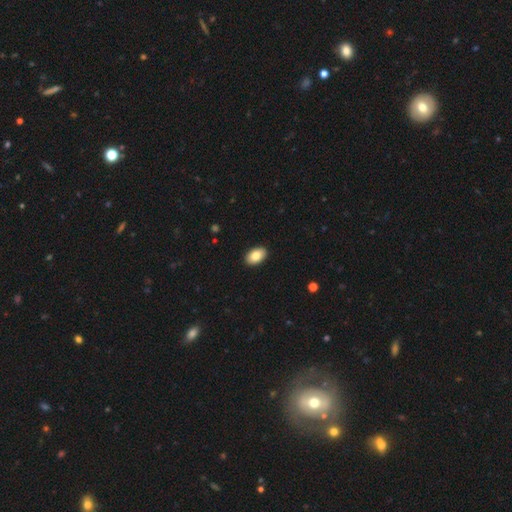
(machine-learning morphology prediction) Smooth or featured: smooth — 84% (featured or disk — 9%)
How rounded: in between — 92% (round — 7%)
Merging: none — 91% (minor disturbance — 6%)